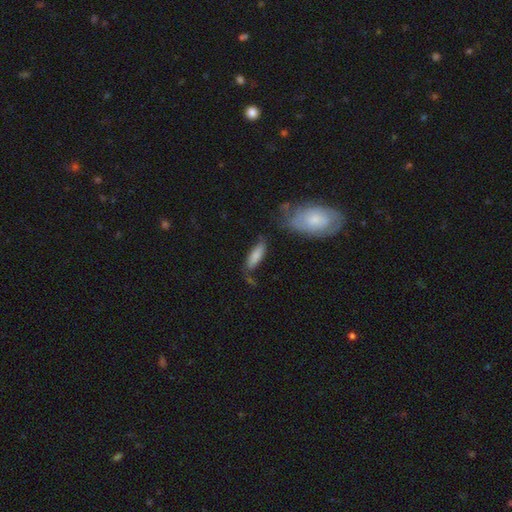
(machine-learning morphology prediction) type=smooth (79%); roundness=in between (51%); merging=none (62%).